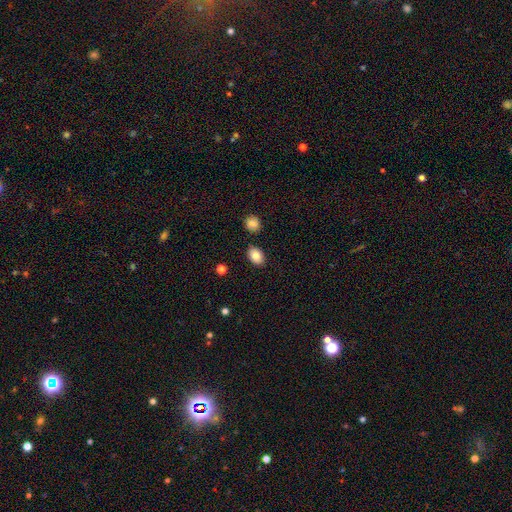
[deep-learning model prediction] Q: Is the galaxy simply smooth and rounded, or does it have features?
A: smooth — 85%.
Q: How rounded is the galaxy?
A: in between — 83%.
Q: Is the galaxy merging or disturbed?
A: none — 86%.